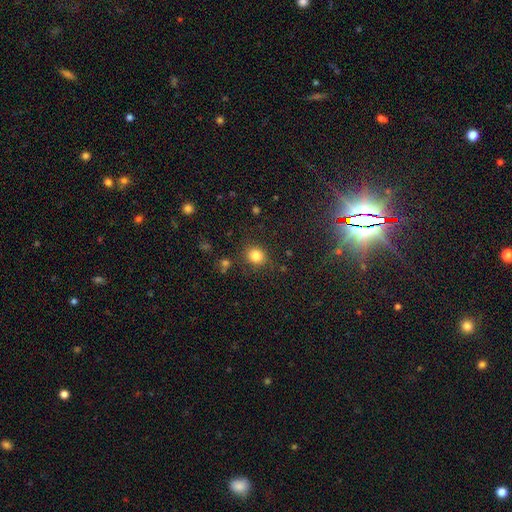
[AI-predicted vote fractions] smooth_or_featured: smooth (p=0.82) [alt: star or artifact p=0.12]
how_rounded: round (p=0.78) [alt: in between p=0.21]
merging: none (p=0.83) [alt: minor disturbance p=0.10]